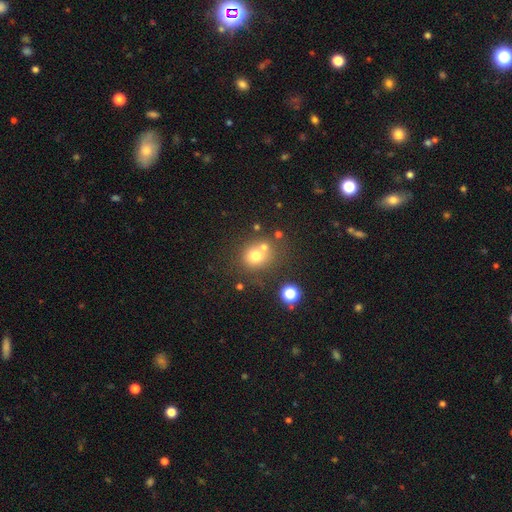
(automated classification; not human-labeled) This appears to be a smooth galaxy with no disk features (70%) that is round (80%). Merging: none (55%).